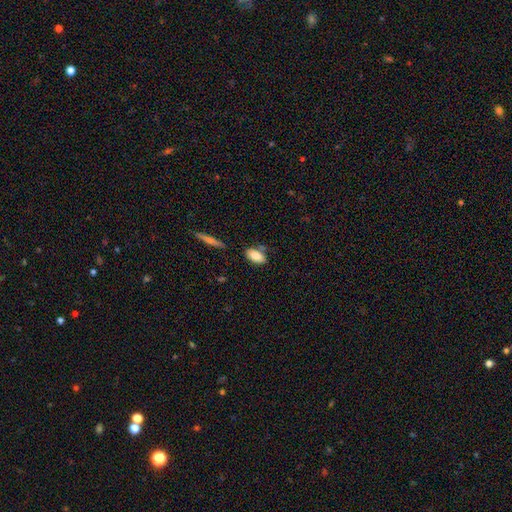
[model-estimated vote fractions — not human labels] Morphology: type=smooth (84%); roundness=in between (91%); merging=none (72%).